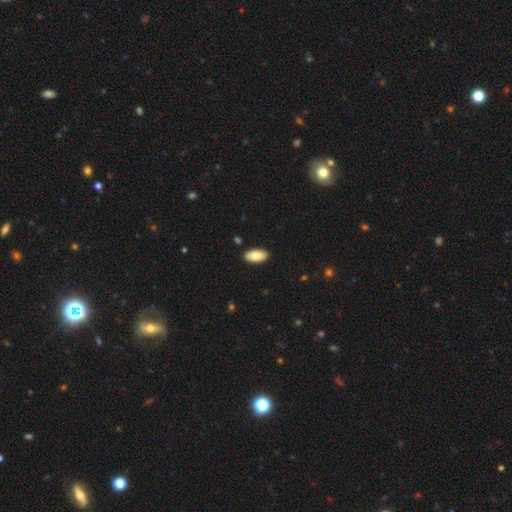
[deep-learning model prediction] This appears to be a smooth galaxy with no disk features (83%) that is in between round and cigar-shaped (92%). Merging: none (89%).